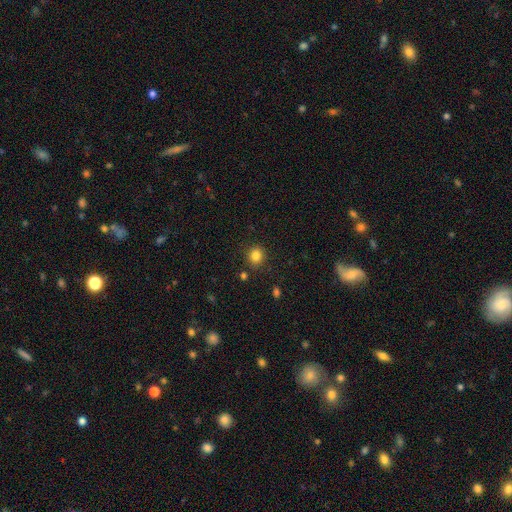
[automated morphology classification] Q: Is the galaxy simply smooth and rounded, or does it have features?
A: smooth — 83%.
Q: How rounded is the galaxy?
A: round — 84%.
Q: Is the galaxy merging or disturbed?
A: none — 88%.